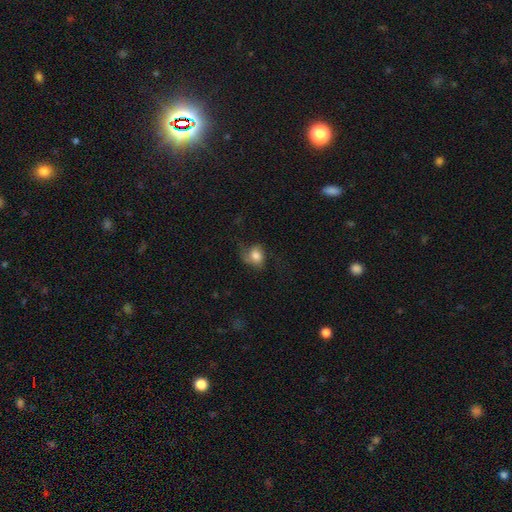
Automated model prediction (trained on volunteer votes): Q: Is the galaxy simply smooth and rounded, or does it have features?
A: smooth — 65%.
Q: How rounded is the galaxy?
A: in between — 50%.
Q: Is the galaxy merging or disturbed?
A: none — 43%.